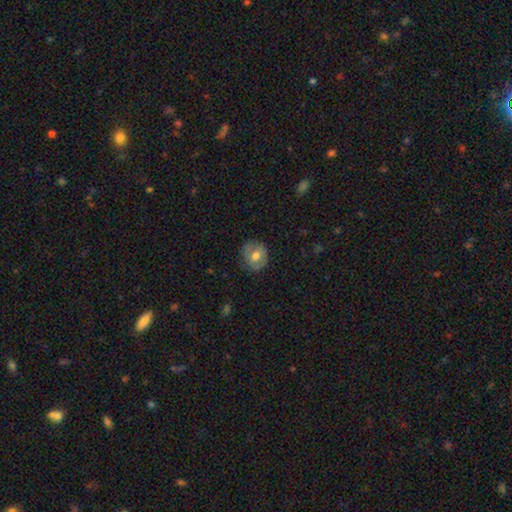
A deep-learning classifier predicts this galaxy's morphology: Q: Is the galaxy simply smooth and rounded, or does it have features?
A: smooth — 59%.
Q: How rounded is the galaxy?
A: round — 72%.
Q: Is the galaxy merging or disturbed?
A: none — 79%.